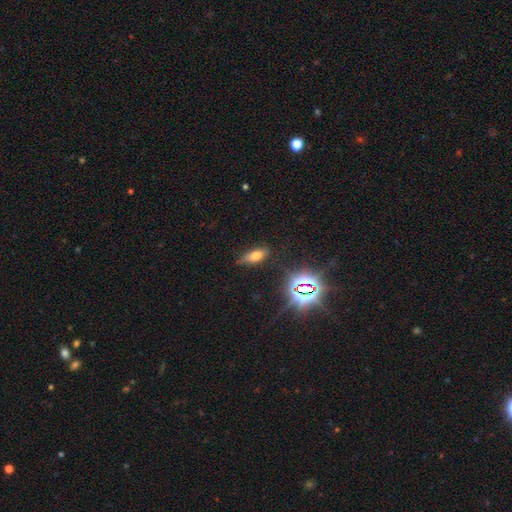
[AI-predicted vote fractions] Q: Smooth or featured?
A: smooth (66%); runner-up: star or artifact (21%)
Q: How rounded?
A: in between (79%); runner-up: cigar-shaped (16%)
Q: Merging?
A: none (71%); runner-up: minor disturbance (21%)